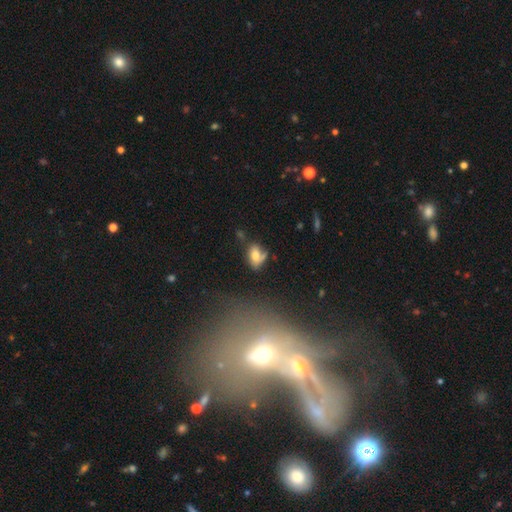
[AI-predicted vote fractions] Smooth or featured?
  - smooth: 65% *
  - featured or disk: 25%
  - star or artifact: 10%
How rounded?
  - in between: 82% *
  - round: 15%
  - cigar-shaped: 3%
Merging?
  - none: 36% *
  - minor disturbance: 28%
  - major disturbance: 18%
  - merger: 18%